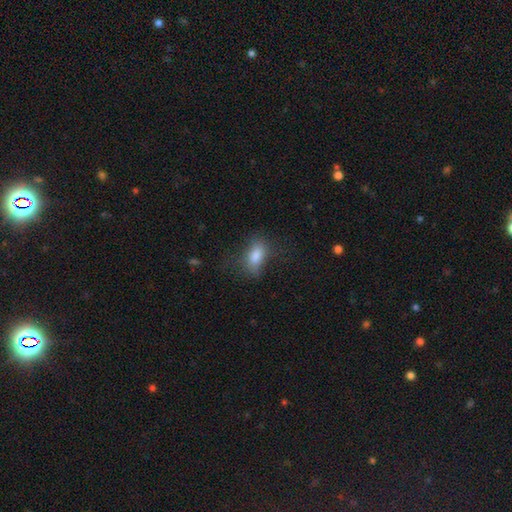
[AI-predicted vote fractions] Smooth or featured?
  - smooth: 74% *
  - featured or disk: 14%
  - star or artifact: 13%
How rounded?
  - in between: 81% *
  - round: 12%
  - cigar-shaped: 7%
Merging?
  - none: 64% *
  - minor disturbance: 21%
  - major disturbance: 13%
  - merger: 2%